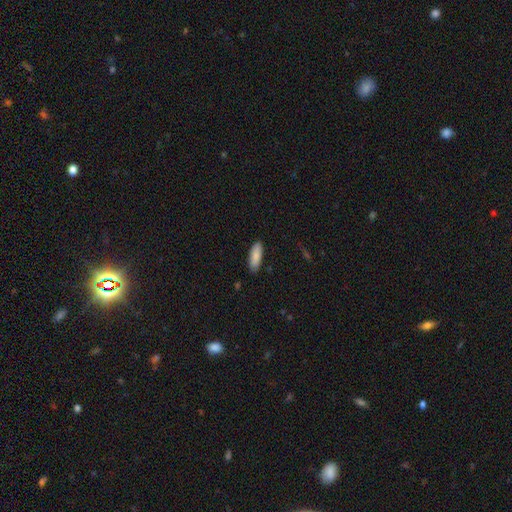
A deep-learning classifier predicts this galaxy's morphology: type=smooth (87%); roundness=in between (63%); merging=none (88%).